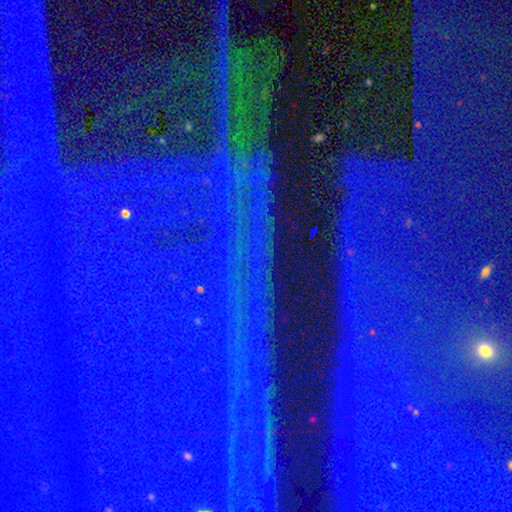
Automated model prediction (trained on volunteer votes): smooth-or-featured: star or artifact: 84% | featured or disk: 9% | smooth: 7%